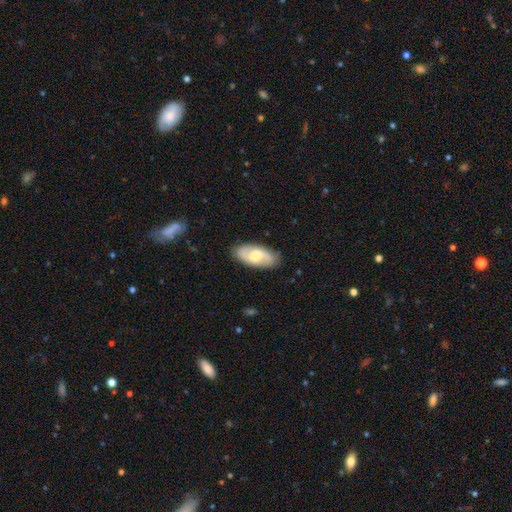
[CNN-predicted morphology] This appears to be a featured or disk galaxy (52%). Merging: none (84%).